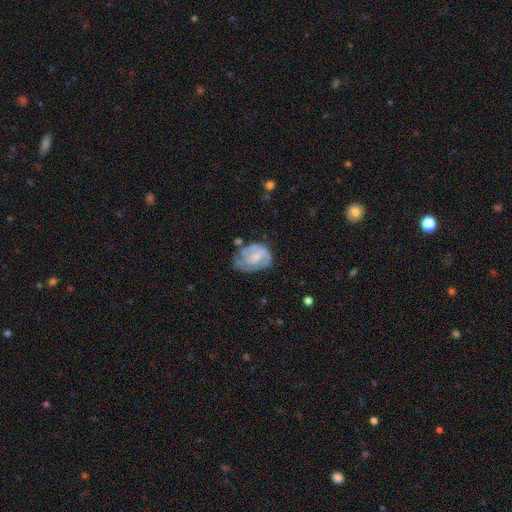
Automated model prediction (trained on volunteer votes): smooth_or_featured: featured or disk (p=0.68) [alt: smooth p=0.26]
disk_edge_on: no (p=0.98) [alt: yes p=0.02]
bar: no (p=0.60) [alt: weak p=0.34]
has_spiral_arms: yes (p=0.84) [alt: no p=0.16]
spiral_winding: tight (p=0.51) [alt: medium p=0.37]
spiral_arm_count: 2 (p=0.43) [alt: can't tell p=0.26]
bulge_size: small (p=0.46) [alt: moderate p=0.35]
merging: none (p=0.46) [alt: minor disturbance p=0.31]